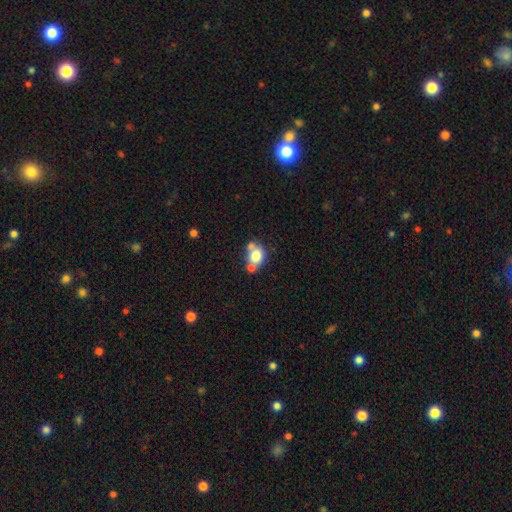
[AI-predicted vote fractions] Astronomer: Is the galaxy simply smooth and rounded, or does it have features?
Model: smooth — 73%.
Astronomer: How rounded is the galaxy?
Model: round — 55% (runner-up: in between, 44%).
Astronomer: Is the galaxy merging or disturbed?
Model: none — 42% (runner-up: merger, 37%).